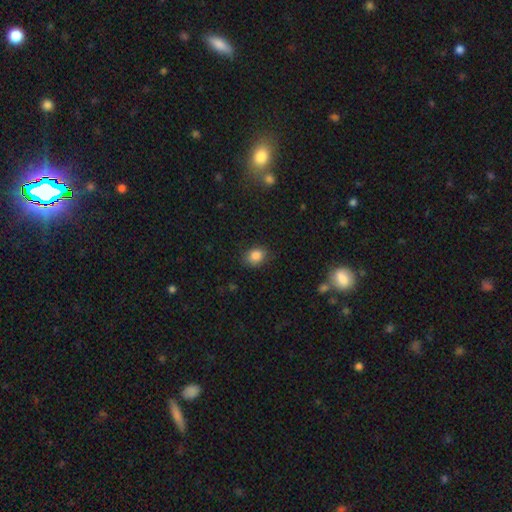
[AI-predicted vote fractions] Morphology: type=smooth (86%); roundness=in between (51%); merging=none (83%).